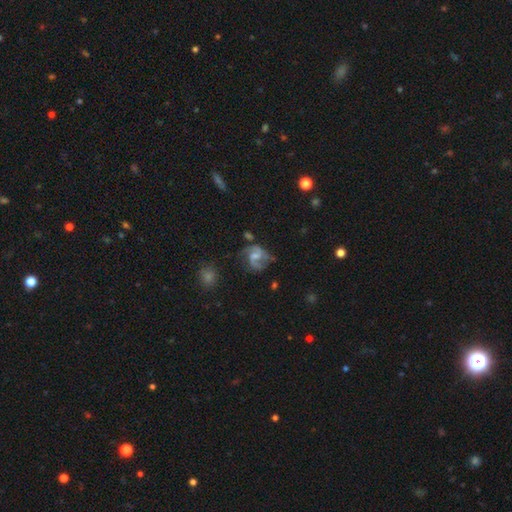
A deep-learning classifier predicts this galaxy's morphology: featured or disk 79%, smooth 14%, star or artifact 7%. Down the decision tree: edge-on disk — no (98%); bar — weak (53%); spiral arms — yes (93%); spiral arm count — 2 (86%); spiral winding — medium (51%); bulge size — small (38%); merging — none (56%).